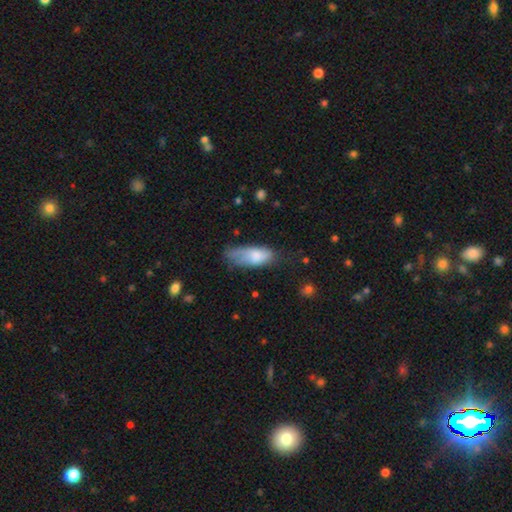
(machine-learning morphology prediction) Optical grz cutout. It shows a smooth galaxy with no disk features (75%) that is in between round and cigar-shaped (81%). Merging: minor disturbance (37%).